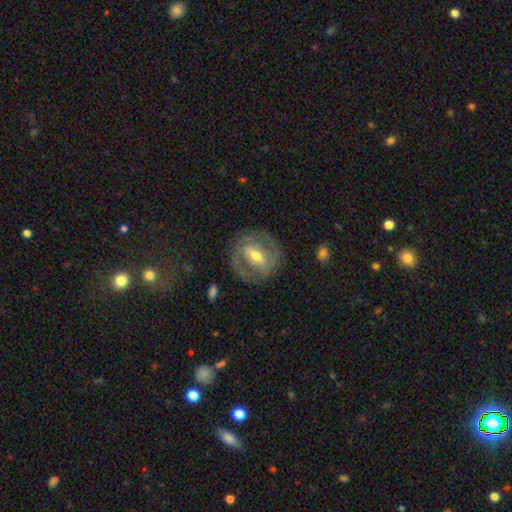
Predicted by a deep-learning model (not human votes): featured or disk 77%, smooth 17%, star or artifact 6%. Down the decision tree: edge-on disk — no (94%); bar — strong (48%); spiral arms — yes (71%); spiral arm count — 2 (71%); spiral winding — tight (53%); bulge size — moderate (65%); merging — none (80%).